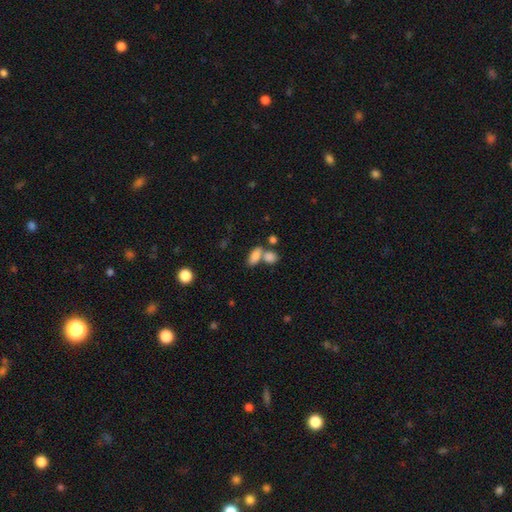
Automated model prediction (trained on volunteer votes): This appears to be a smooth galaxy with no disk features (80%) that is in between round and cigar-shaped (83%). Merging: merger (42%, tied with none).